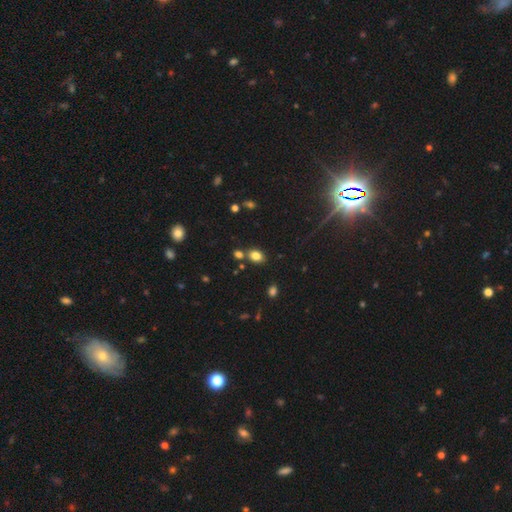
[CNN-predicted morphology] Smooth or featured? Predicted: smooth (p=0.81). How rounded? Predicted: in between (p=0.67). Merging? Predicted: none (p=0.72).